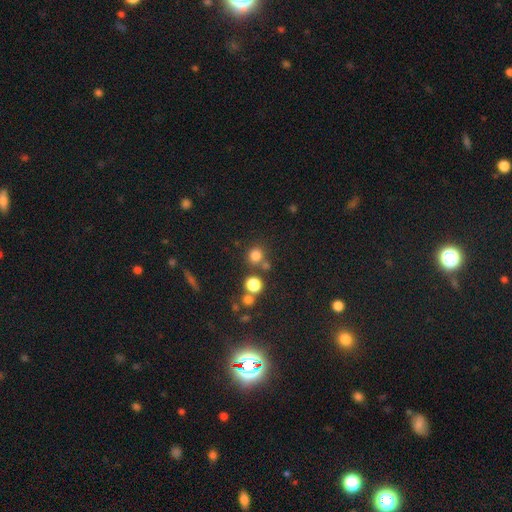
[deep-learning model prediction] smooth 77%, star or artifact 16%, featured or disk 6%. Down the decision tree: how rounded — round (87%); merging — none (72%).